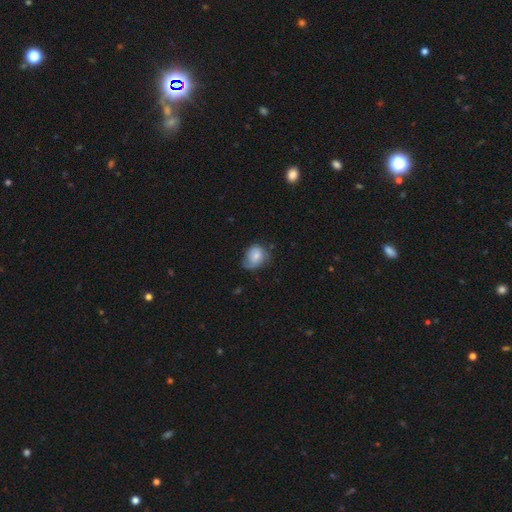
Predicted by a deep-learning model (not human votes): The model was most divided on "merging": none: 42%, minor disturbance: 39%, major disturbance: 18%, merger: 2%. More confident: smooth or featured — smooth (63%); how rounded — in between (55%).